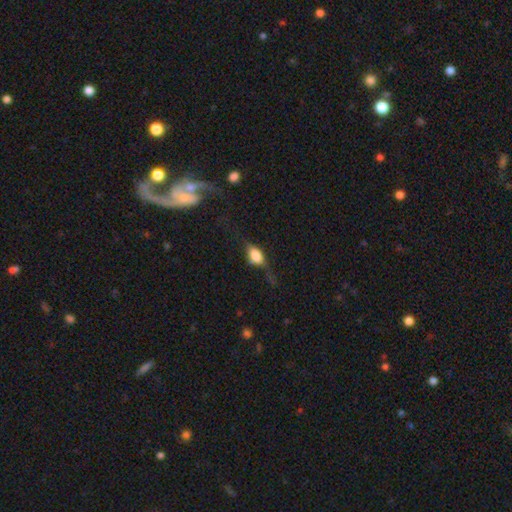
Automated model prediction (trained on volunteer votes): Morphology: type=smooth (49%); merging=none (52%).